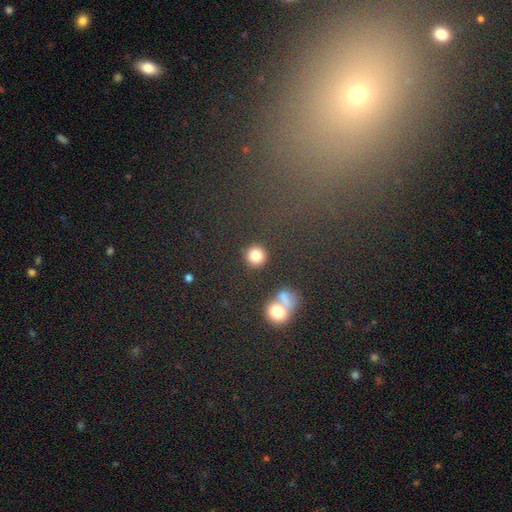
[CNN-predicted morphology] The model was most divided on "smooth or featured": smooth: 83%, star or artifact: 11%, featured or disk: 6%. More confident: how rounded — round (92%); merging — none (84%).